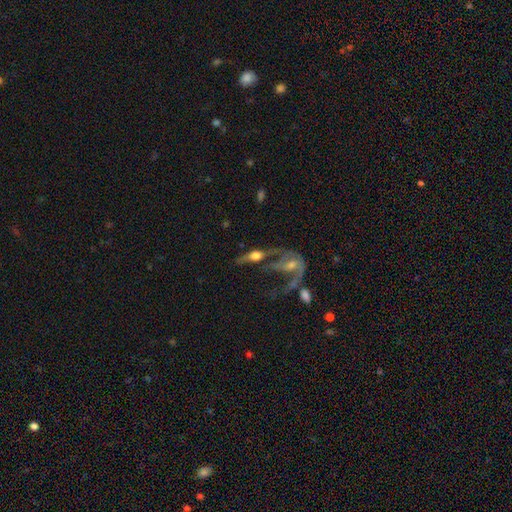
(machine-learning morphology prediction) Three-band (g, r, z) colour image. It shows a featured or disk galaxy (62%). Merging: merger (38%).